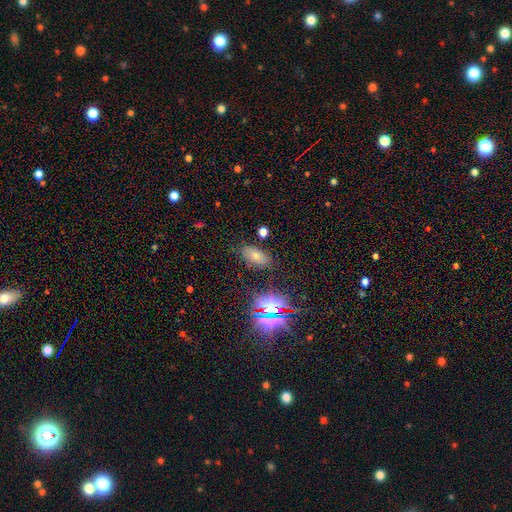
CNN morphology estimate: Smooth or featured? Predicted: smooth (p=0.64). How rounded? Predicted: in between (p=0.90). Merging? Predicted: none (p=0.82).